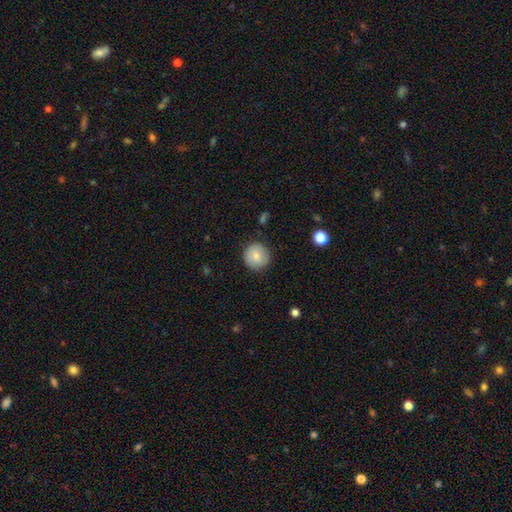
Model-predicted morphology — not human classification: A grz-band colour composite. It shows a smooth galaxy with no disk features (81%) that is round (95%). Merging: none (87%).